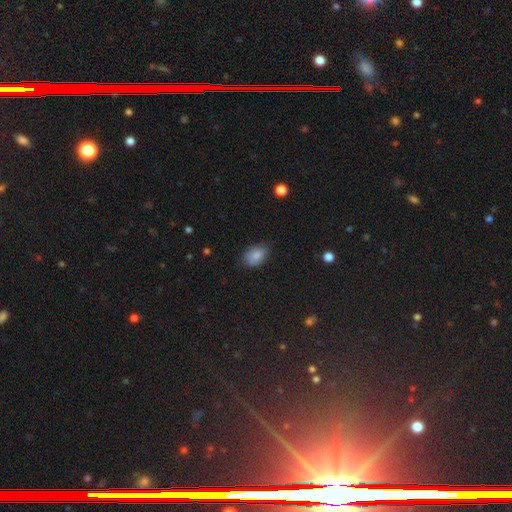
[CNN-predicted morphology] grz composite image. It shows a smooth galaxy with no disk features (84%) that is in between round and cigar-shaped (81%). Merging: none (72%).